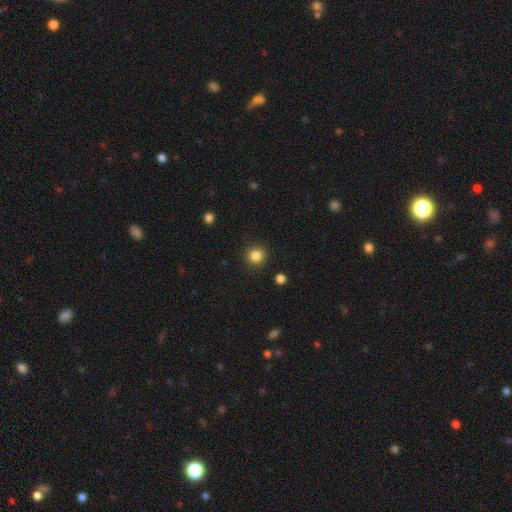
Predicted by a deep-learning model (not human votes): A smooth galaxy with no disk features (85%) that is round (93%). Merging: none (91%).